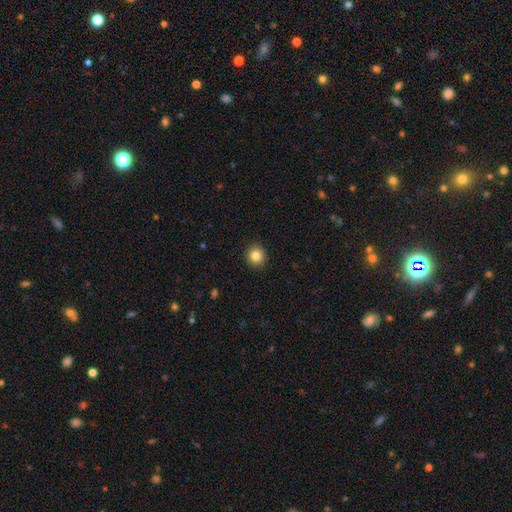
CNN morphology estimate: This appears to be a smooth galaxy with no disk features (84%) that is round (90%). Merging: none (92%).